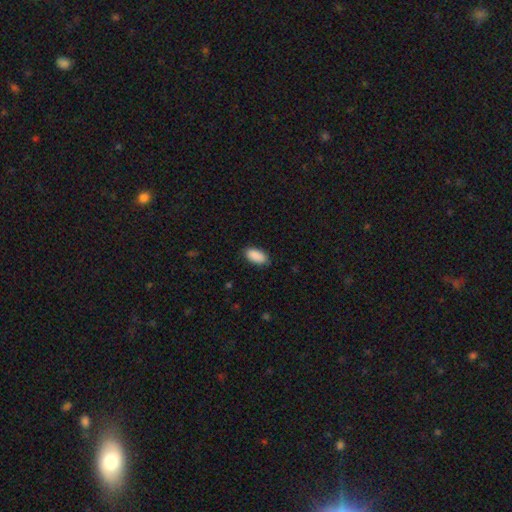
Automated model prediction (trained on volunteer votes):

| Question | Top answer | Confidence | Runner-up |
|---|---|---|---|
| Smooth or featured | smooth | 90% | star or artifact (6%) |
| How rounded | in between | 93% | cigar-shaped (4%) |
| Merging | none | 85% | minor disturbance (12%) |